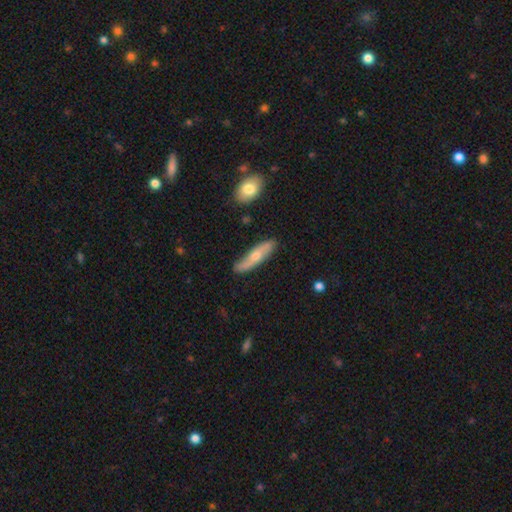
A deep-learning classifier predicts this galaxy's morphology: Smooth or featured: featured or disk — 47% (tied with smooth — 47%)
Merging: none — 81% (minor disturbance — 15%)